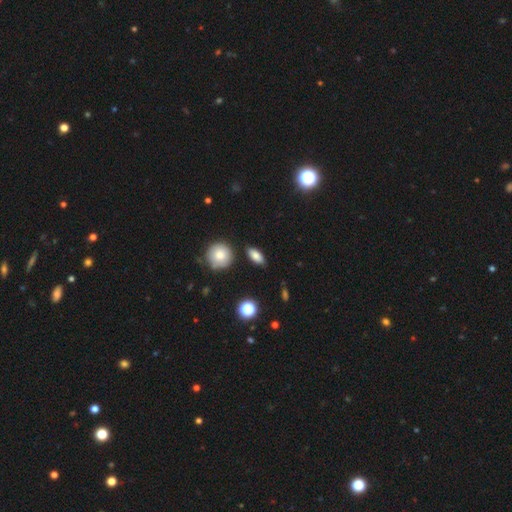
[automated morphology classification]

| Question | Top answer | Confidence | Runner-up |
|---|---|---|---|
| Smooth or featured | smooth | 81% | featured or disk (10%) |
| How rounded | in between | 78% | cigar-shaped (14%) |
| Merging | none | 85% | minor disturbance (10%) |